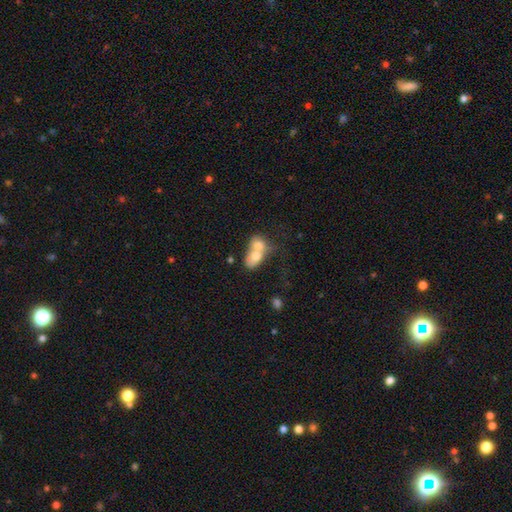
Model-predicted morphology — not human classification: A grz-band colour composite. It shows a smooth galaxy with no disk features (64%) that is in between round and cigar-shaped (66%). Merging: merger (78%).